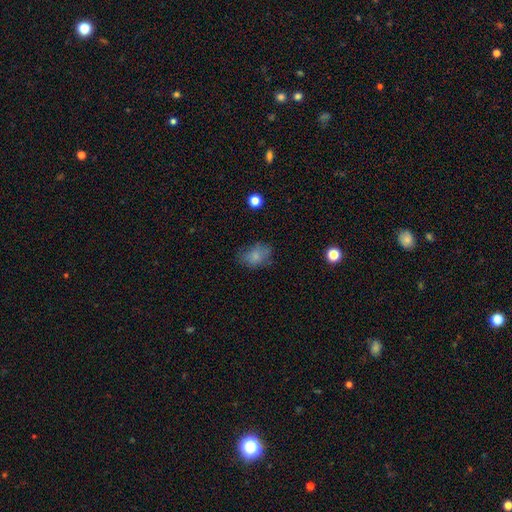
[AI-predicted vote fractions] This is likely a smooth galaxy (76%). How rounded: likely in between (72%). Merging: likely none (61%).